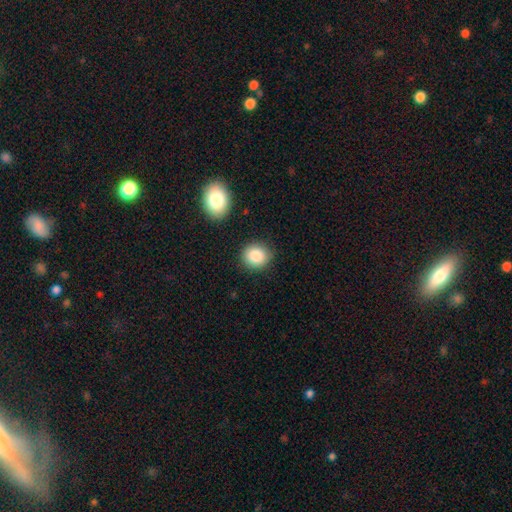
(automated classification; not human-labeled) smooth 85%, star or artifact 9%, featured or disk 6%. Down the decision tree: how rounded — round (82%); merging — none (85%).